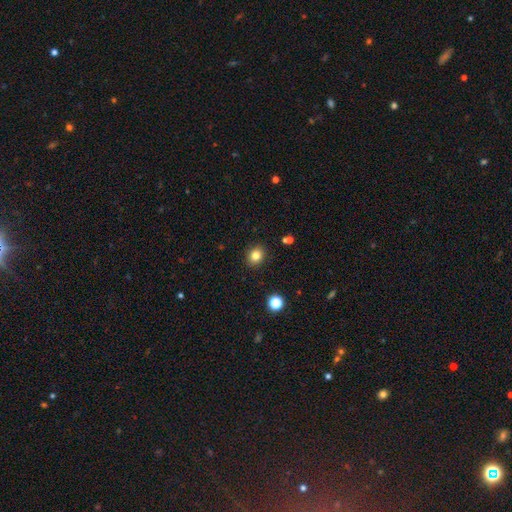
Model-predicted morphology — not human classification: Smooth or featured? smooth (82%)
How rounded? round (69%)
Merging? none (90%)